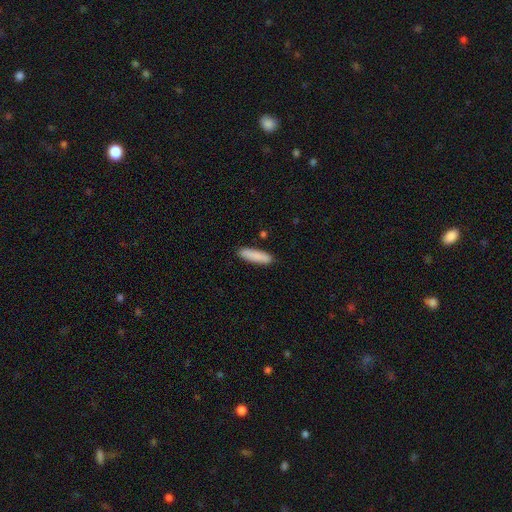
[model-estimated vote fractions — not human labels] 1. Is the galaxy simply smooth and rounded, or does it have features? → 88% smooth, 7% featured or disk, 6% star or artifact.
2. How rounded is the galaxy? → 71% cigar-shaped, 28% in between, 1% round.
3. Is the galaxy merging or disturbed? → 89% none, 8% minor disturbance, 2% major disturbance, 2% merger.